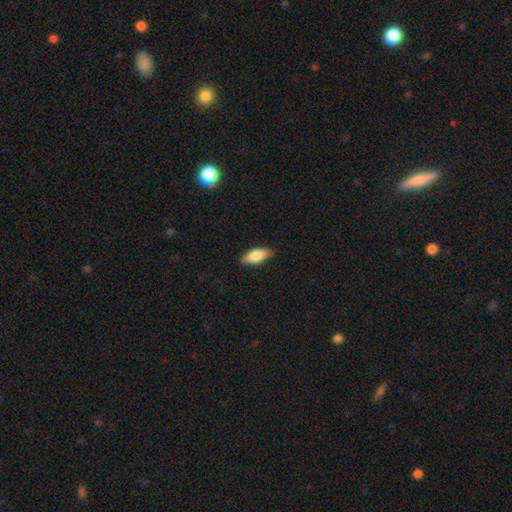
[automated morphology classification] A smooth galaxy with no disk features (82%) that is in between round and cigar-shaped (85%).

Vote fractions:
- Smooth or featured? smooth: 82% / featured or disk: 12% / star or artifact: 6%
- How rounded? in between: 85% / cigar-shaped: 12% / round: 3%
- Merging? none: 84% / minor disturbance: 13% / major disturbance: 2% / merger: 1%